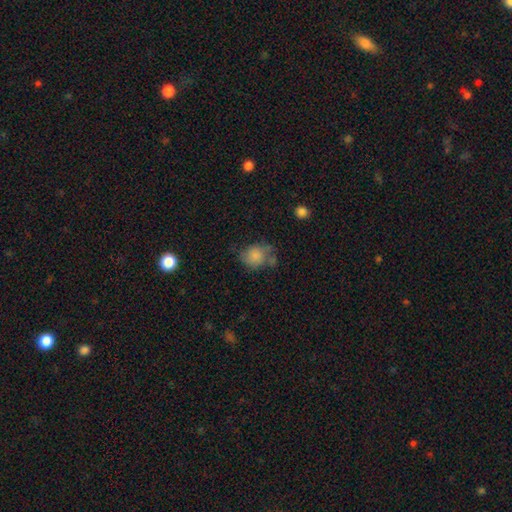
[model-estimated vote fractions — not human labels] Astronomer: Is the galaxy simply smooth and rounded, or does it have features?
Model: smooth — 81%.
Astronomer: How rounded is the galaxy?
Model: round — 63%.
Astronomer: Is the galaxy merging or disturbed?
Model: none — 46% (runner-up: minor disturbance, 28%).